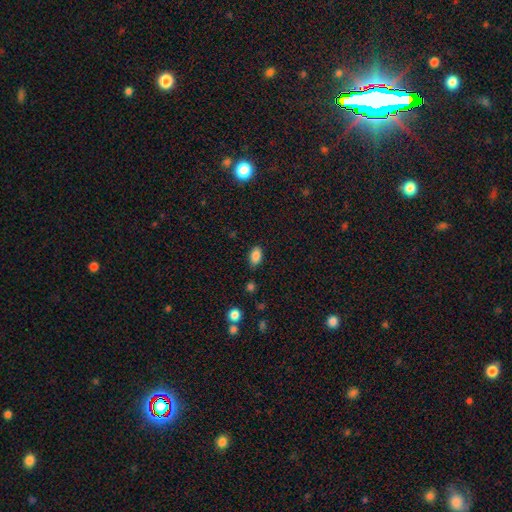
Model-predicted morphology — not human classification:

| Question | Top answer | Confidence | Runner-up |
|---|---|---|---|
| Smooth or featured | smooth | 85% | star or artifact (10%) |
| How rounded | in between | 91% | round (6%) |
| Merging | none | 80% | minor disturbance (15%) |